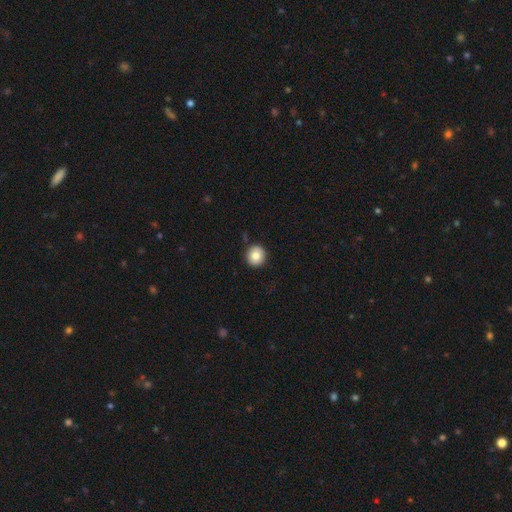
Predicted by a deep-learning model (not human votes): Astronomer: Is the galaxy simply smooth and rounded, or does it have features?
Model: smooth — 82%.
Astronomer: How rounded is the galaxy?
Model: round — 92%.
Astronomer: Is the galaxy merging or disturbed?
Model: none — 90%.